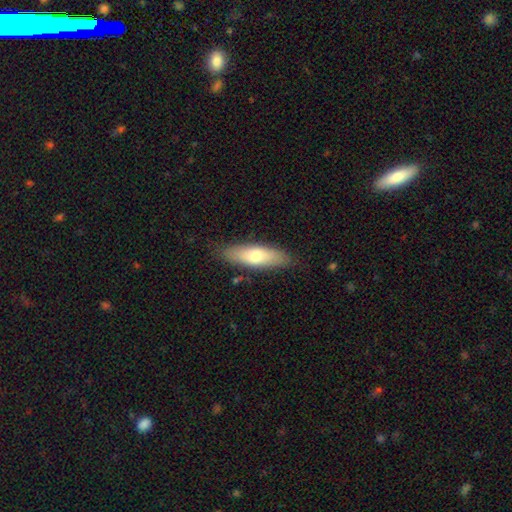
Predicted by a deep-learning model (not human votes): Morphology: type=smooth (68%); roundness=cigar-shaped (50%); merging=none (85%).